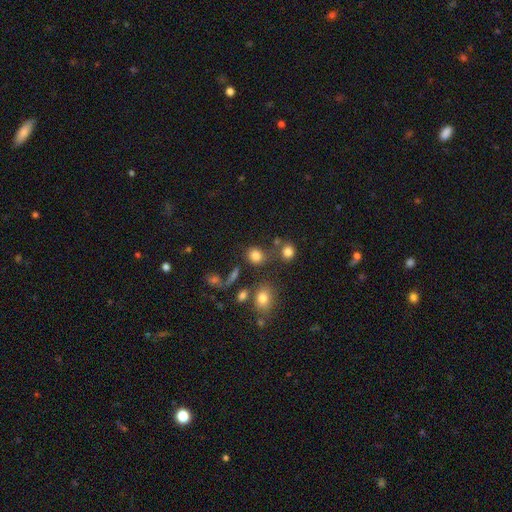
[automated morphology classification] A smooth galaxy with no disk features (80%) that is round (73%). Merging: none (67%).